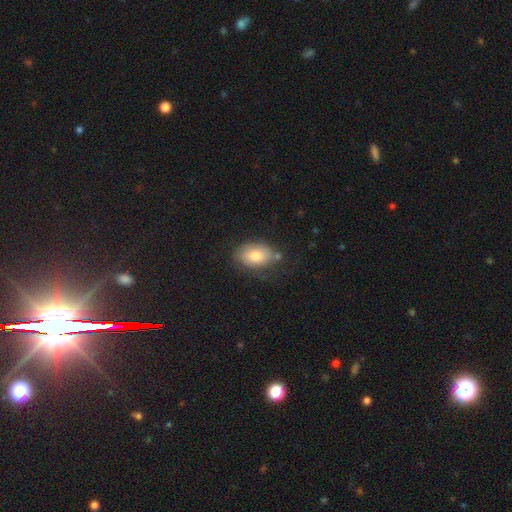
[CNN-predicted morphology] This is likely a smooth galaxy (78%). How rounded: clearly in between (88%). Merging: likely none (67%).